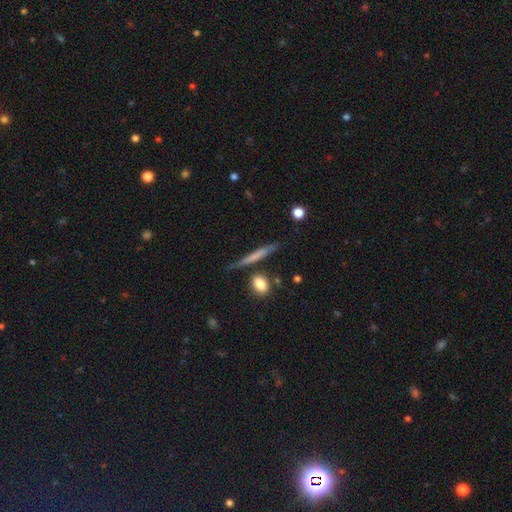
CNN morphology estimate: A smooth galaxy with no disk features (50%).

Vote fractions:
- Smooth or featured? smooth: 50% / featured or disk: 43% / star or artifact: 7%
- Merging? none: 75% / minor disturbance: 16% / merger: 5% / major disturbance: 4%